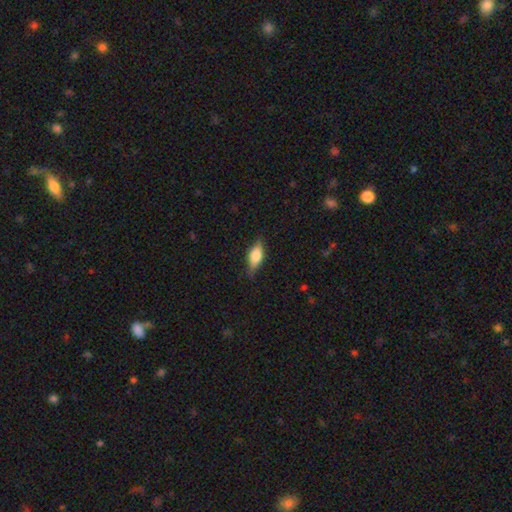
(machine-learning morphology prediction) smooth-or-featured: smooth: 53% | featured or disk: 39% | star or artifact: 8%
  how-rounded: in between: 73% | cigar-shaped: 23% | round: 5%
  merging: none: 78% | minor disturbance: 17% | major disturbance: 4% | merger: 1%